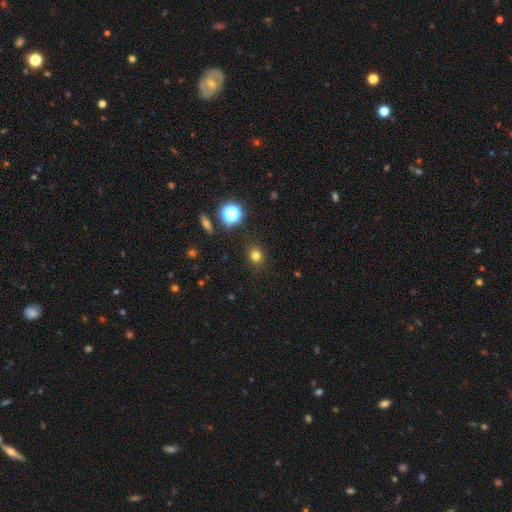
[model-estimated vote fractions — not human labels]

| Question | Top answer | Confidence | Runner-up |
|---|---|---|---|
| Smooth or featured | smooth | 78% | star or artifact (17%) |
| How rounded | round | 71% | in between (28%) |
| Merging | none | 88% | minor disturbance (8%) |